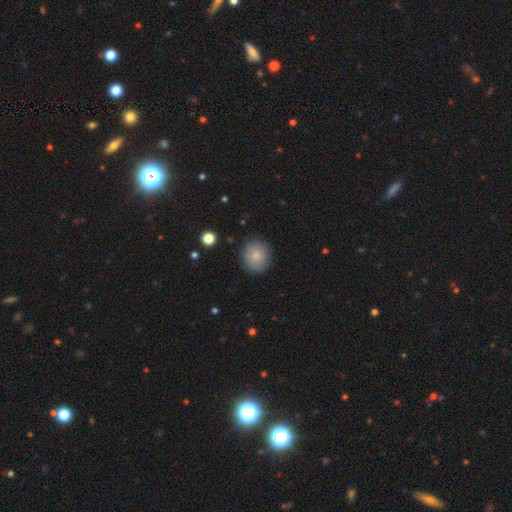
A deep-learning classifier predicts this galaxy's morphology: Q: Smooth or featured?
A: smooth (82%); runner-up: featured or disk (10%)
Q: How rounded?
A: round (87%); runner-up: in between (12%)
Q: Merging?
A: none (87%); runner-up: minor disturbance (9%)